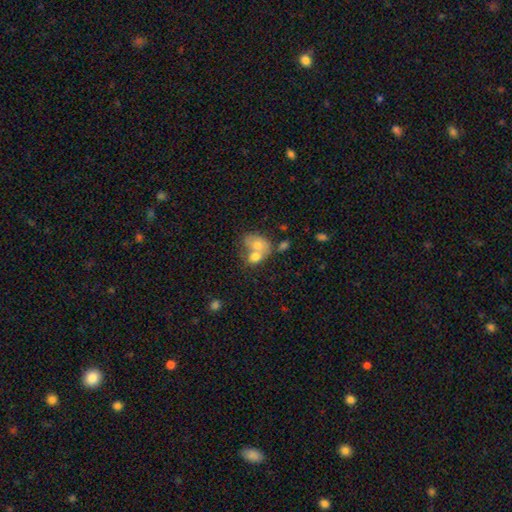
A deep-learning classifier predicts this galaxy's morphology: smooth 69%, featured or disk 23%, star or artifact 8%. Down the decision tree: how rounded — in between (62%); merging — merger (70%).